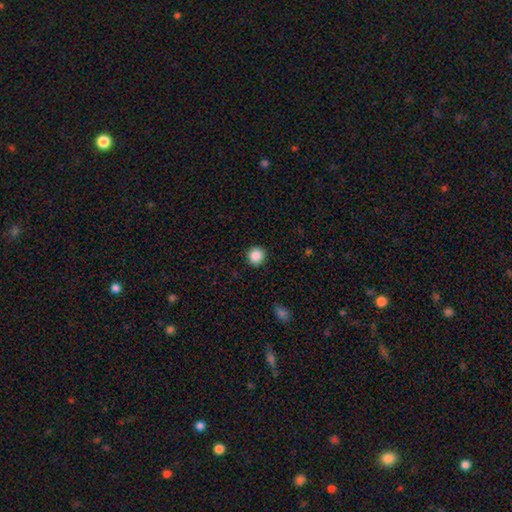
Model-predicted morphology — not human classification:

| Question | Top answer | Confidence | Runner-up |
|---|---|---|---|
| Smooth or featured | smooth | 88% | star or artifact (9%) |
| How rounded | round | 94% | in between (5%) |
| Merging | none | 92% | minor disturbance (6%) |